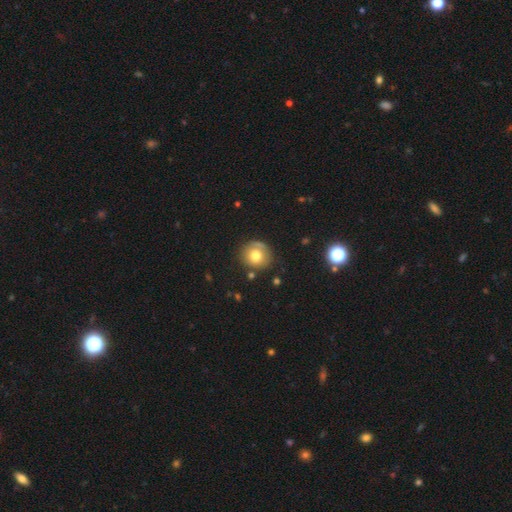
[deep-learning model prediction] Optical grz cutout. It shows a smooth galaxy with no disk features (71%) that is round (87%). Merging: none (75%).